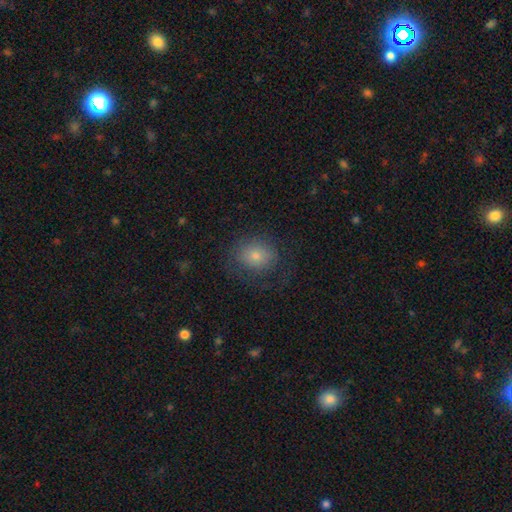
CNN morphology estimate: type=smooth (71%); roundness=round (65%); merging=none (69%).